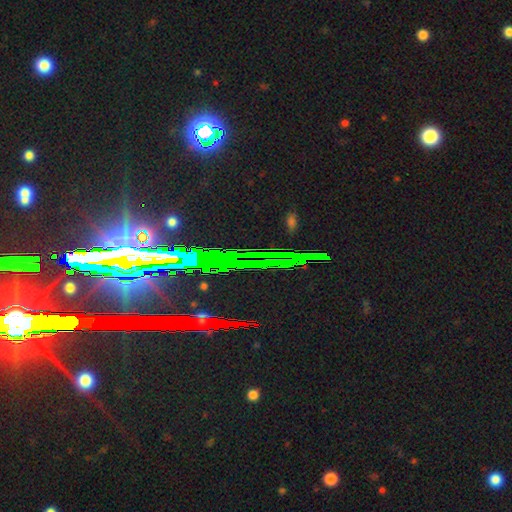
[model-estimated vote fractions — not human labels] star or artifact 83%, featured or disk 10%, smooth 7%.